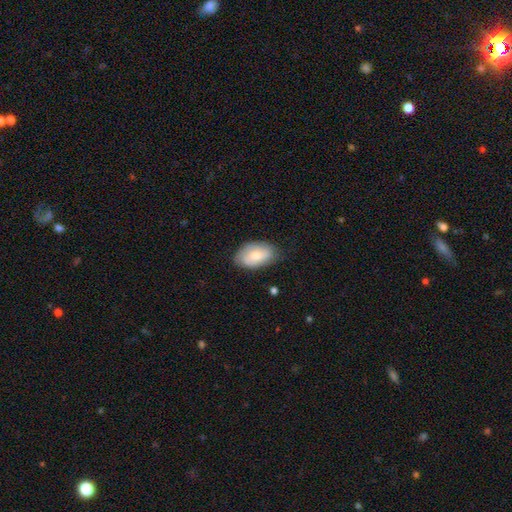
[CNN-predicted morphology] Q: Smooth or featured?
A: smooth (64%); runner-up: featured or disk (29%)
Q: How rounded?
A: in between (92%); runner-up: round (7%)
Q: Merging?
A: none (73%); runner-up: minor disturbance (22%)